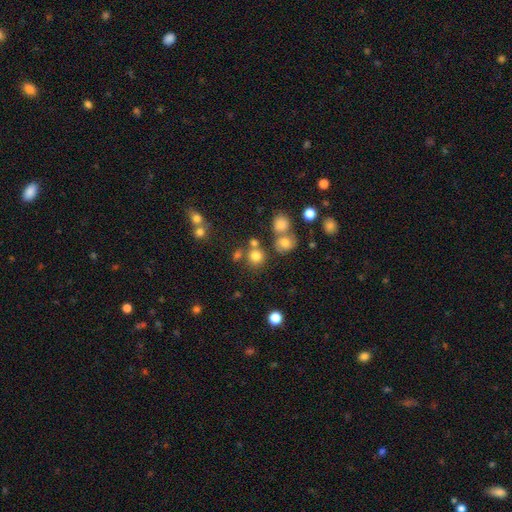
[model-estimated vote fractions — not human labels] This appears to be a smooth galaxy with no disk features (77%) that is round (87%). Merging: none (66%).